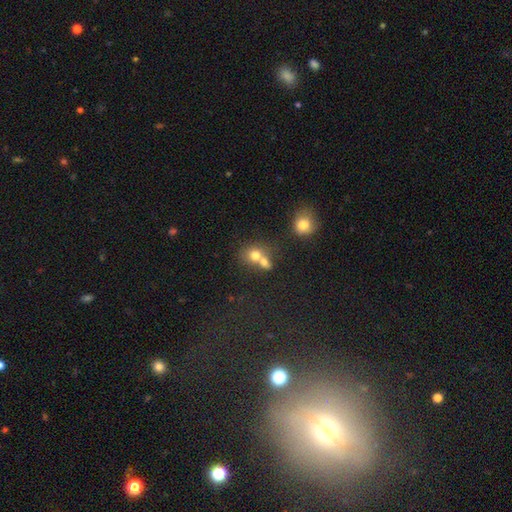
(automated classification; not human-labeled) smooth_or_featured: smooth (p=0.72) [alt: featured or disk p=0.15]
how_rounded: round (p=0.68) [alt: in between p=0.31]
merging: merger (p=0.57) [alt: none p=0.32]